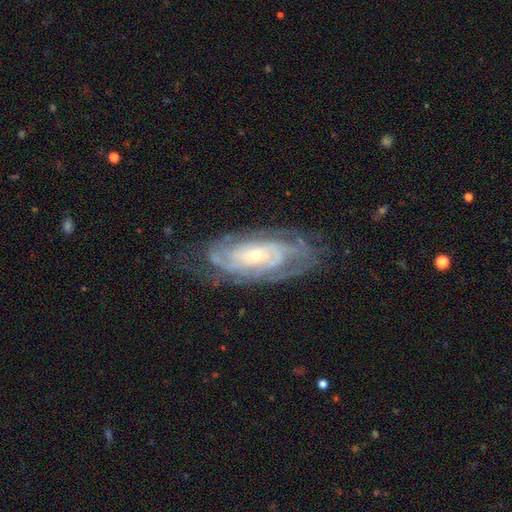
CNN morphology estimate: This is clearly a featured or disk galaxy (85%). It is clearly not viewed edge-on (92%). Bar: likely no (71%). Spiral arm pattern: clearly yes (94%). Spiral arm count: marginally can't tell (41%). Spiral winding: likely tight (72%). Central bulge: likely small (69%). Merging: likely none (71%).